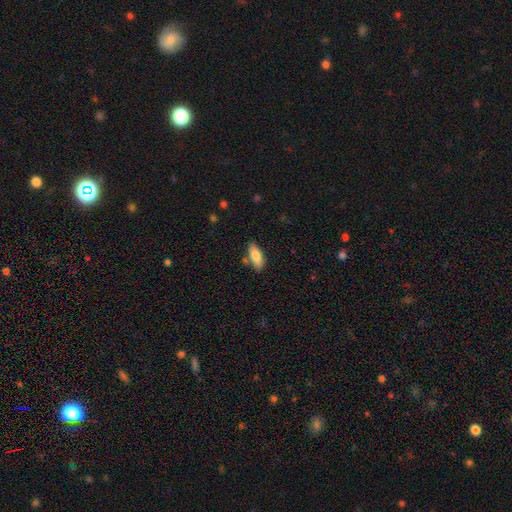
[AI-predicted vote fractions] Q: Smooth or featured?
A: smooth (78%); runner-up: featured or disk (16%)
Q: How rounded?
A: in between (75%); runner-up: cigar-shaped (23%)
Q: Merging?
A: none (78%); runner-up: minor disturbance (14%)